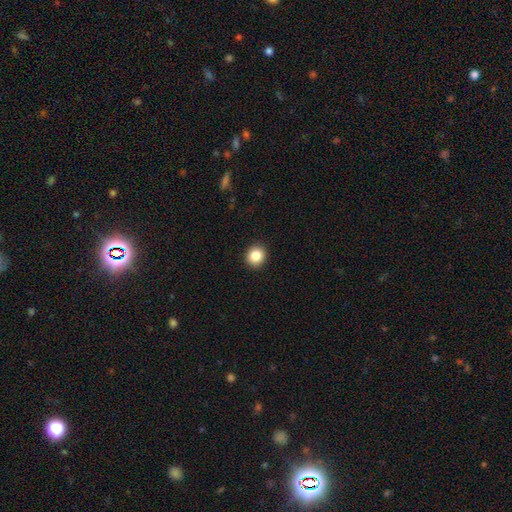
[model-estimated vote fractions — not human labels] Smooth or featured?
  - smooth: 86% *
  - star or artifact: 10%
  - featured or disk: 4%
How rounded?
  - round: 88% *
  - in between: 12%
  - cigar-shaped: 1%
Merging?
  - none: 92% *
  - minor disturbance: 5%
  - major disturbance: 2%
  - merger: 1%